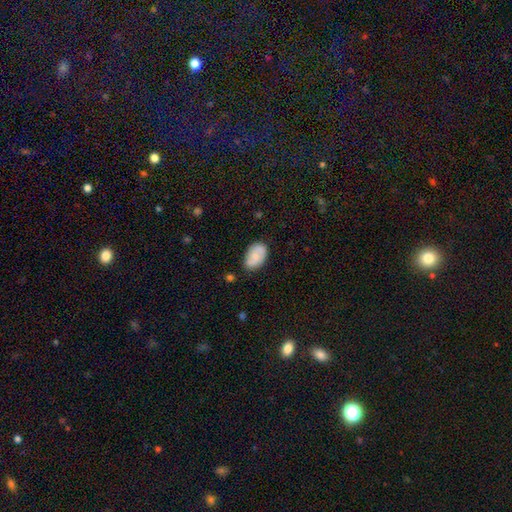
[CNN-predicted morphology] smooth 69%, featured or disk 24%, star or artifact 7%. Down the decision tree: how rounded — in between (90%); merging — none (73%).